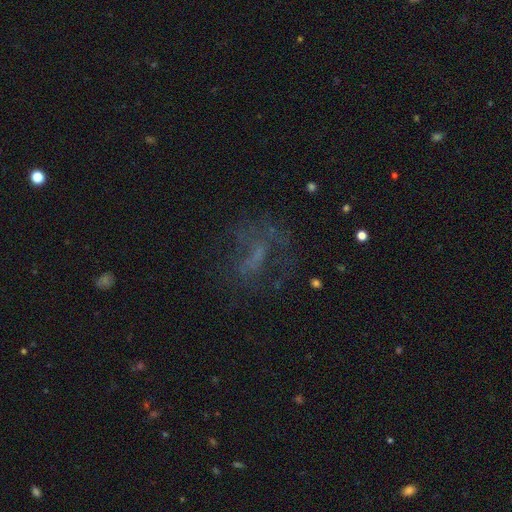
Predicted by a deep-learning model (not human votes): Q: Smooth or featured?
A: featured or disk (46%); runner-up: smooth (28%)
Q: Merging?
A: none (50%); runner-up: major disturbance (29%)